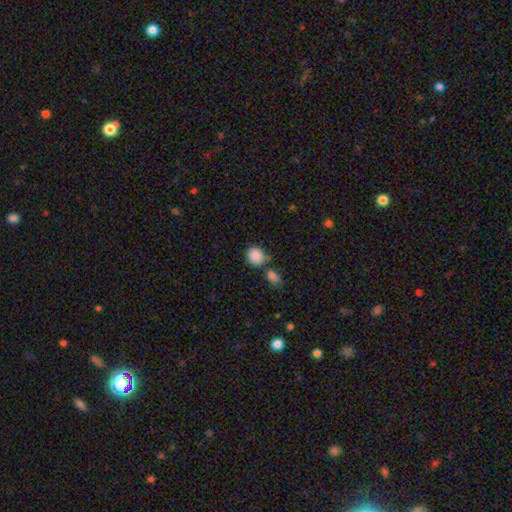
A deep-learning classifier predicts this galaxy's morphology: smooth 87%, star or artifact 8%, featured or disk 4%. Down the decision tree: how rounded — round (74%); merging — none (62%).